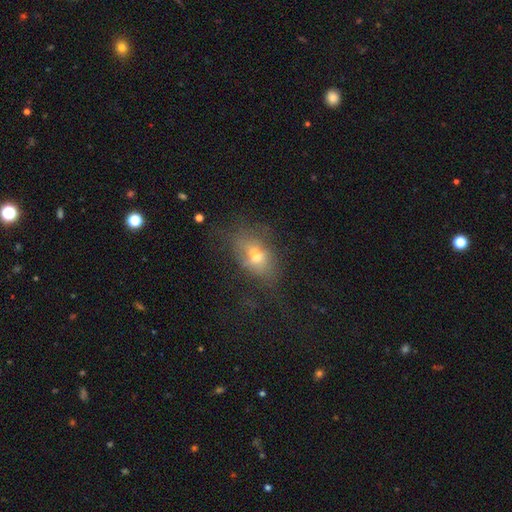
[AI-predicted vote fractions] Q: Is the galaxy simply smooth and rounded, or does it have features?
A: smooth — 58%.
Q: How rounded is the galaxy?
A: in between — 79%.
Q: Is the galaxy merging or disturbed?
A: none — 49%.